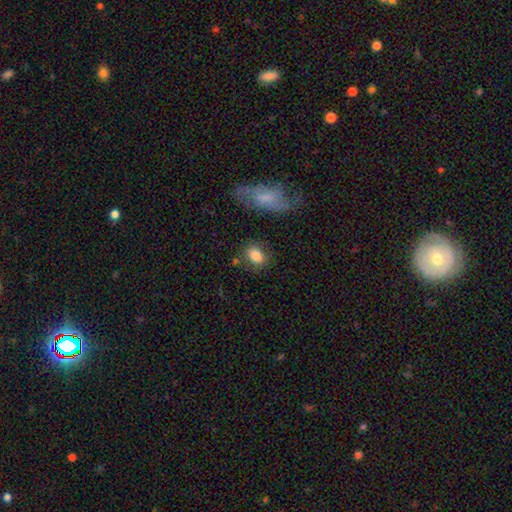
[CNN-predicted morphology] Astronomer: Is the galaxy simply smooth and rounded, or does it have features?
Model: smooth — 84%.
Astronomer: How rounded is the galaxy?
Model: in between — 68%.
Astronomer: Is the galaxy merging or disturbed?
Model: none — 72%.